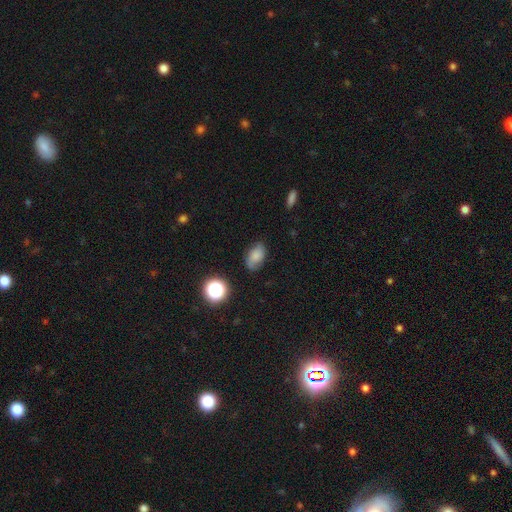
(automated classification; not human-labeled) This is likely a smooth galaxy (66%). How rounded: clearly in between (86%). Merging: likely none (72%).